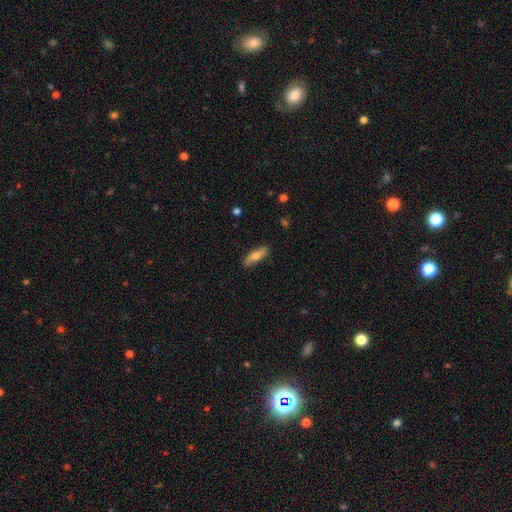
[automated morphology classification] smooth_or_featured: smooth (p=0.63) [alt: featured or disk p=0.31]
how_rounded: cigar-shaped (p=0.49) [alt: in between p=0.48]
merging: none (p=0.85) [alt: minor disturbance p=0.12]